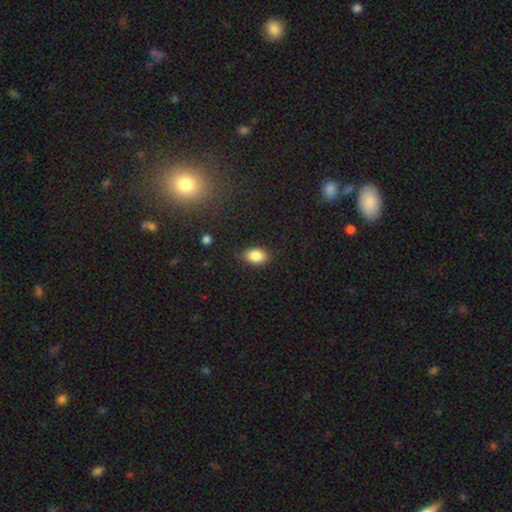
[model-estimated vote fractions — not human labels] Q: Smooth or featured?
A: smooth (85%); runner-up: star or artifact (9%)
Q: How rounded?
A: in between (82%); runner-up: round (16%)
Q: Merging?
A: none (79%); runner-up: minor disturbance (16%)